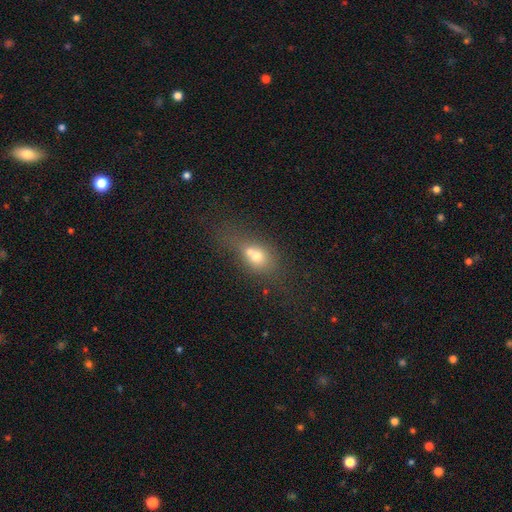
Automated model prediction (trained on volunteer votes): The model was most divided on "how rounded": in between: 50%, round: 44%, cigar-shaped: 6%. More confident: merging — merger (62%); smooth or featured — smooth (62%).